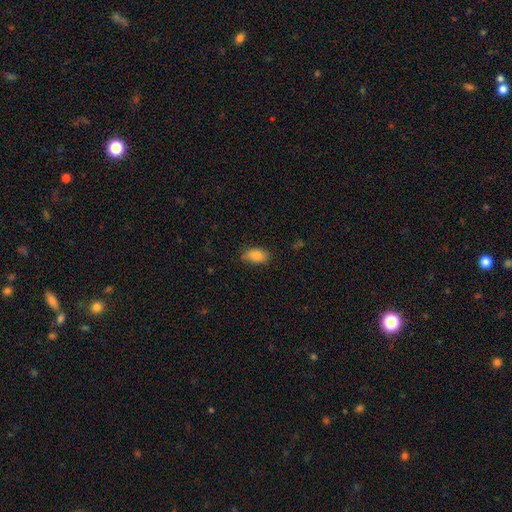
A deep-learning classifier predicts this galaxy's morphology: type=smooth (83%); roundness=in between (90%); merging=none (78%).